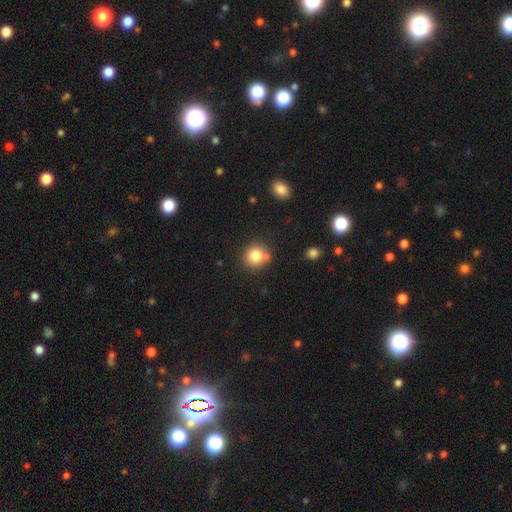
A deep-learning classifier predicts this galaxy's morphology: Smooth or featured: smooth — 80% (star or artifact — 11%)
How rounded: round — 89% (in between — 10%)
Merging: none — 70% (merger — 15%)